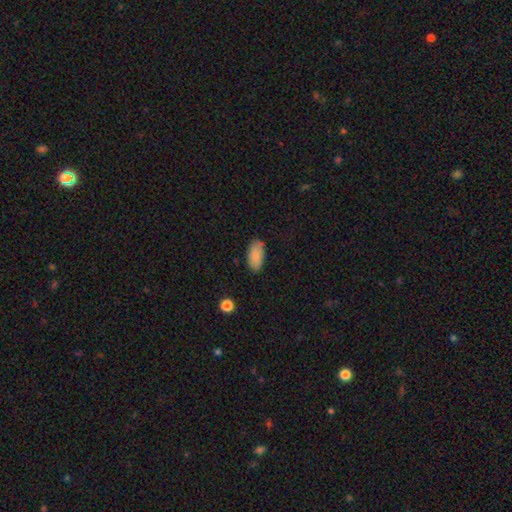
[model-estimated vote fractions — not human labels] This is clearly a smooth galaxy (86%). How rounded: clearly in between (93%). Merging: clearly none (82%).